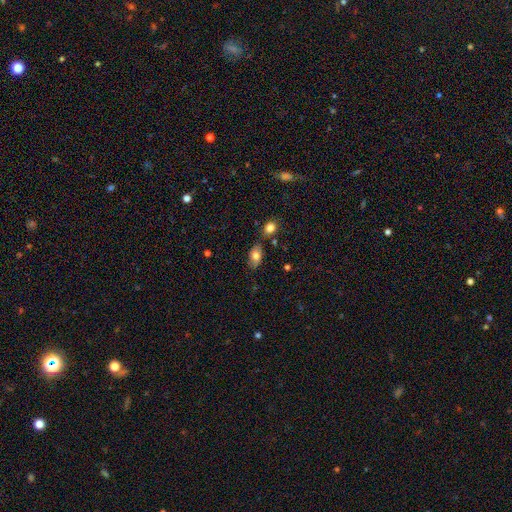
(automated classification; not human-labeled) Smooth or featured?
  - smooth: 75% *
  - featured or disk: 17%
  - star or artifact: 9%
How rounded?
  - in between: 89% *
  - round: 8%
  - cigar-shaped: 3%
Merging?
  - none: 71% *
  - minor disturbance: 17%
  - merger: 8%
  - major disturbance: 4%